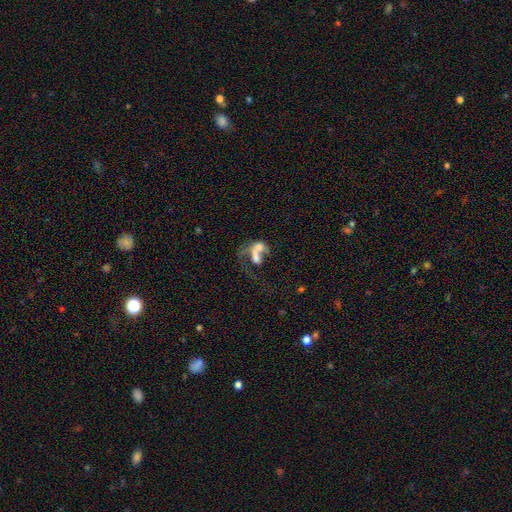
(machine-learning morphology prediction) A smooth galaxy with no disk features (45%). Merging: merger (57%).